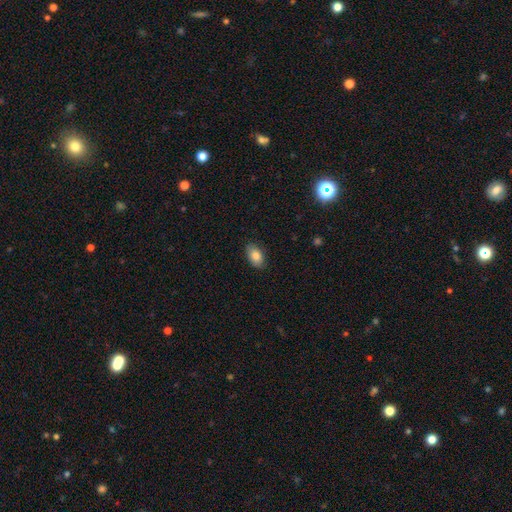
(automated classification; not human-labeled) Q: Smooth or featured?
A: smooth (82%); runner-up: featured or disk (10%)
Q: How rounded?
A: in between (91%); runner-up: round (7%)
Q: Merging?
A: none (86%); runner-up: minor disturbance (11%)